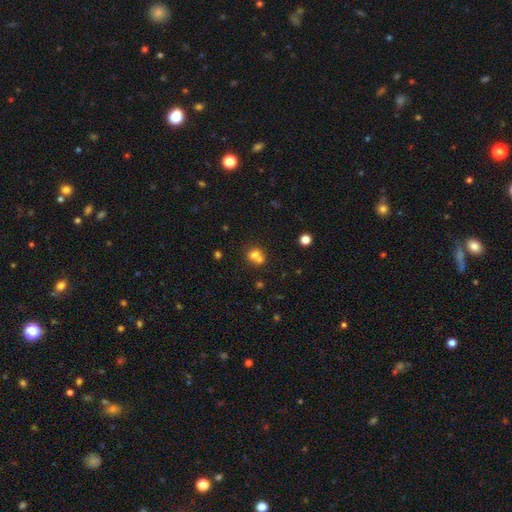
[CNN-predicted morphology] Smooth or featured: smooth — 68% (featured or disk — 17%)
How rounded: round — 71% (in between — 28%)
Merging: merger — 54% (none — 35%)